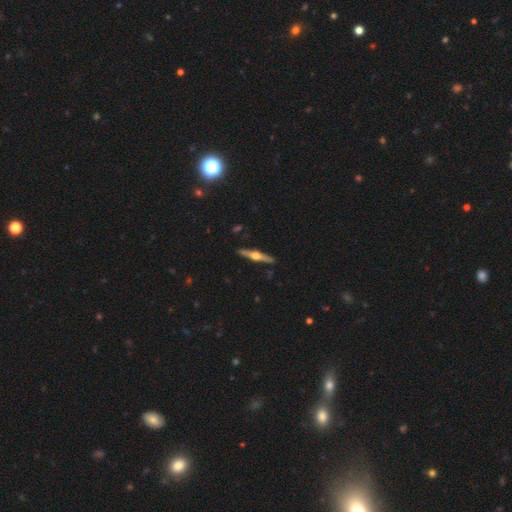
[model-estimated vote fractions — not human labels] Smooth or featured: featured or disk — 74% (smooth — 20%)
Edge-on disk: yes — 98% (no — 2%)
Edge-on bulge: rounded — 94% (boxy — 4%)
Merging: none — 91% (minor disturbance — 6%)